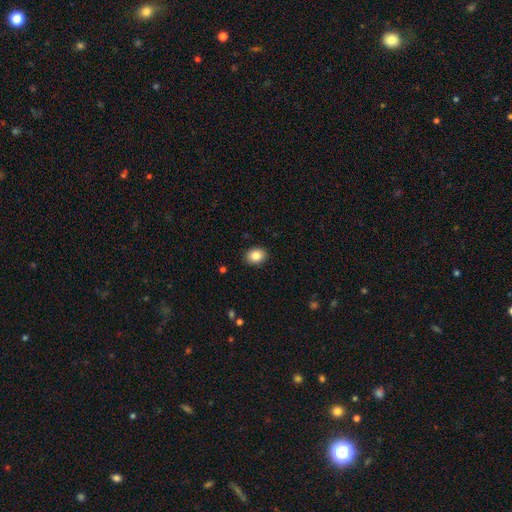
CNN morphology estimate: A smooth galaxy with no disk features (85%) that is in between round and cigar-shaped (58%).

Vote fractions:
- Smooth or featured? smooth: 85% / star or artifact: 9% / featured or disk: 7%
- How rounded? in between: 58% / round: 41% / cigar-shaped: 1%
- Merging? none: 90% / minor disturbance: 7% / major disturbance: 2% / merger: 1%